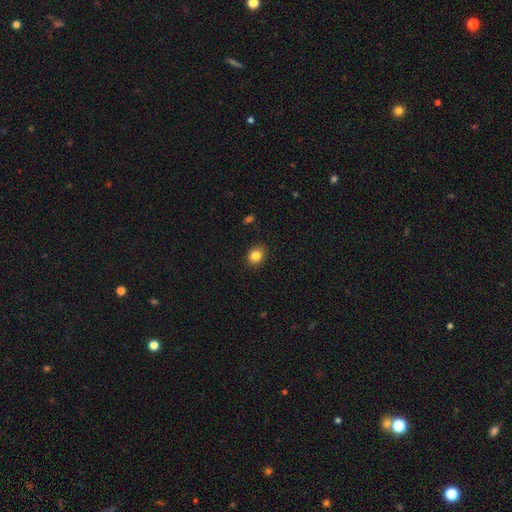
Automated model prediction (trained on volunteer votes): Smooth or featured: smooth — 84% (star or artifact — 11%)
How rounded: round — 69% (in between — 30%)
Merging: none — 88% (minor disturbance — 9%)